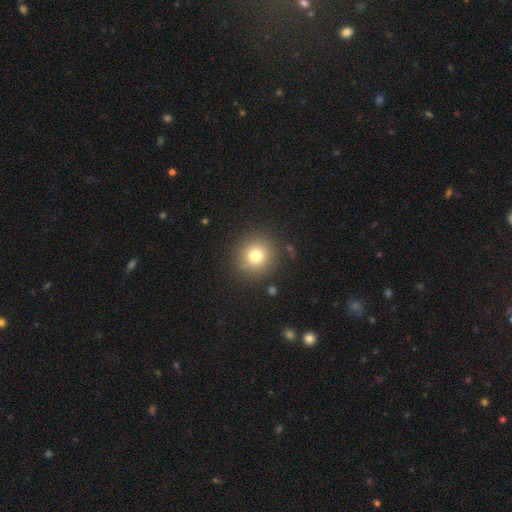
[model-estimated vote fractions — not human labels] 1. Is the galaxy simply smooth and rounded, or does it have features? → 77% smooth, 13% star or artifact, 10% featured or disk.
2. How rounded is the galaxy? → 94% round, 5% in between, 1% cigar-shaped.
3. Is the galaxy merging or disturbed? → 89% none, 7% minor disturbance, 3% major disturbance, 2% merger.